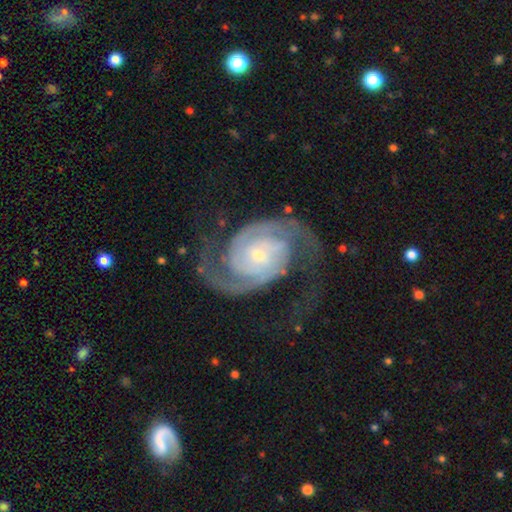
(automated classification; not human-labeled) A featured or disk galaxy (92%) with no bar (65%), 2 (91%) medium (46%) spiral arms (98%) and a small central bulge (75%). Merging: none (72%).